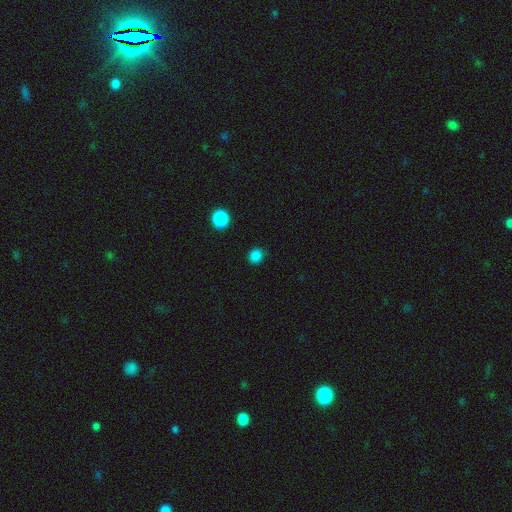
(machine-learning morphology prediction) type=smooth (84%); roundness=round (83%); merging=none (88%).